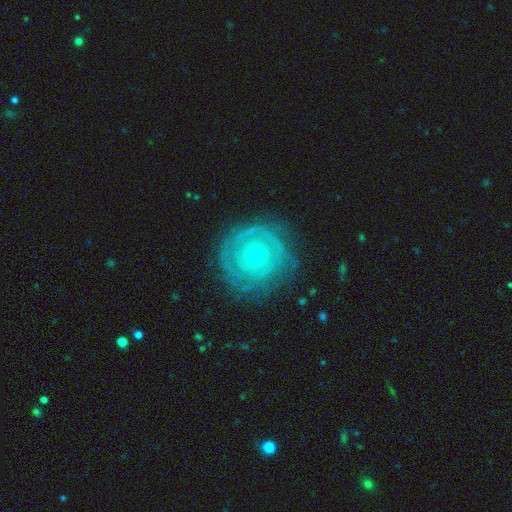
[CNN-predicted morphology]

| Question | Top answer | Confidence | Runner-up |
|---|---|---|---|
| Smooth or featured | featured or disk | 73% | smooth (21%) |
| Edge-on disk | no | 97% | yes (3%) |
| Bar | no | 87% | weak (10%) |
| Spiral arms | yes | 72% | no (28%) |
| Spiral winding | tight | 82% | medium (13%) |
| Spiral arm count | can't tell | 49% | 2 (19%) |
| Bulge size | small | 74% | moderate (23%) |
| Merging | none | 75% | minor disturbance (16%) |